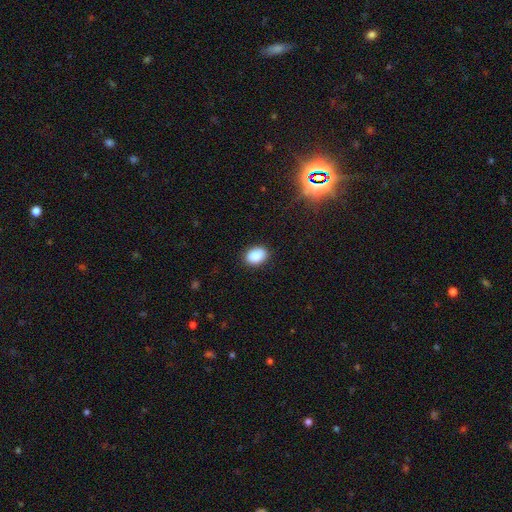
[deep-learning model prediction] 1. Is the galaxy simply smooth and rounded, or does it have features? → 89% smooth, 8% star or artifact, 3% featured or disk.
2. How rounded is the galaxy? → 79% in between, 20% round, 1% cigar-shaped.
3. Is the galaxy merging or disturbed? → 87% none, 10% minor disturbance, 2% major disturbance, 1% merger.